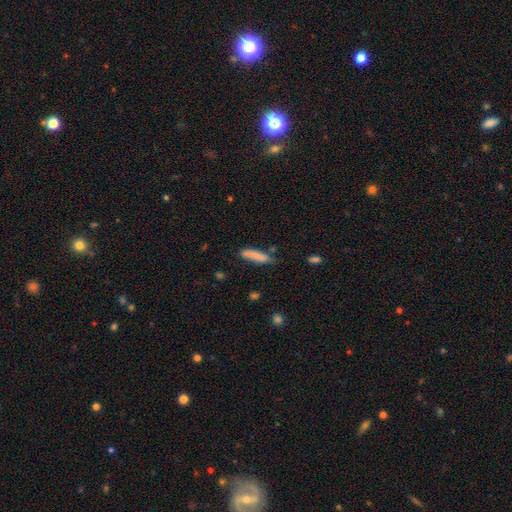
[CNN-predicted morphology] A smooth galaxy with no disk features (83%) that is cigar-shaped (78%).

Vote fractions:
- Smooth or featured? smooth: 83% / featured or disk: 10% / star or artifact: 7%
- How rounded? cigar-shaped: 78% / in between: 21% / round: 2%
- Merging? none: 69% / minor disturbance: 22% / merger: 5% / major disturbance: 5%